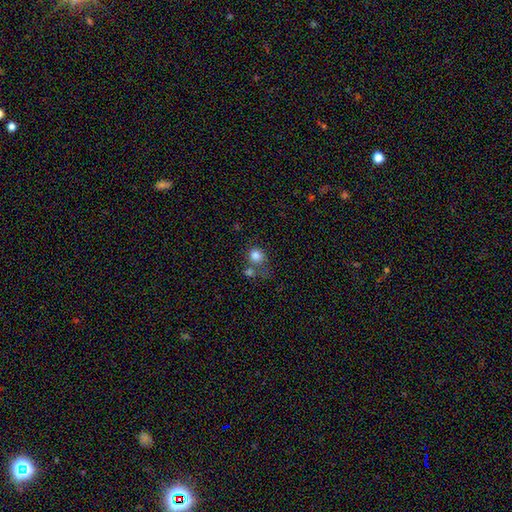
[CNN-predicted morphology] smooth_or_featured: smooth (p=0.82) [alt: star or artifact p=0.11]
how_rounded: round (p=0.84) [alt: in between p=0.15]
merging: none (p=0.50) [alt: merger p=0.30]